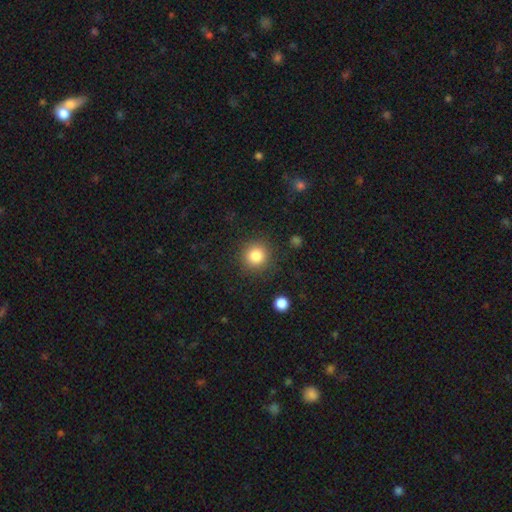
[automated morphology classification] A smooth galaxy with no disk features (83%) that is round (92%).

Vote fractions:
- Smooth or featured? smooth: 83% / star or artifact: 11% / featured or disk: 6%
- How rounded? round: 92% / in between: 7% / cigar-shaped: 1%
- Merging? none: 87% / minor disturbance: 7% / major disturbance: 3% / merger: 2%